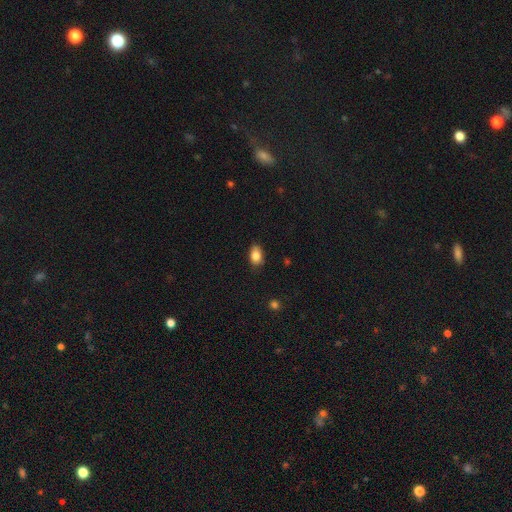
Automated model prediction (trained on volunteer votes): Morphology: type=smooth (85%); roundness=in between (87%); merging=none (79%).